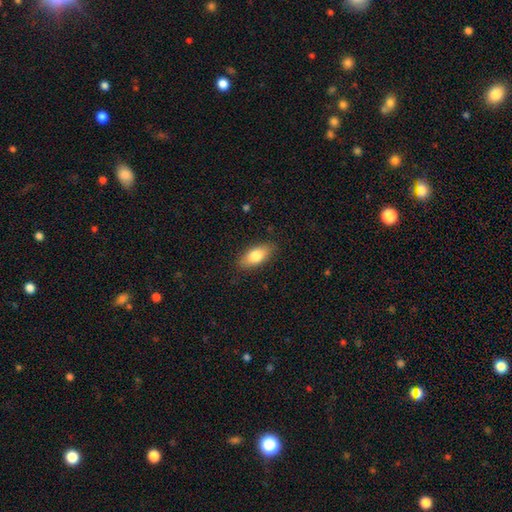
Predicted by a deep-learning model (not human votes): A smooth galaxy with no disk features (80%) that is in between round and cigar-shaped (85%).

Vote fractions:
- Smooth or featured? smooth: 80% / featured or disk: 14% / star or artifact: 6%
- How rounded? in between: 85% / cigar-shaped: 12% / round: 3%
- Merging? none: 86% / minor disturbance: 11% / major disturbance: 3% / merger: 1%